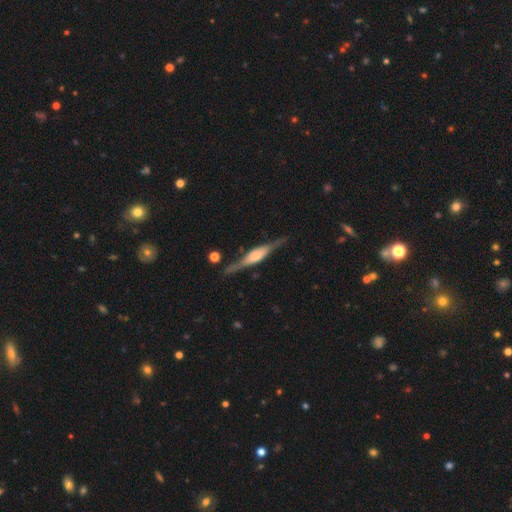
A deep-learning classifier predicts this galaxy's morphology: Smooth or featured? Predicted: featured or disk (p=0.75). Edge-on disk? Predicted: yes (p=0.95). Edge-on bulge? Predicted: rounded (p=0.58). Merging? Predicted: none (p=0.80).